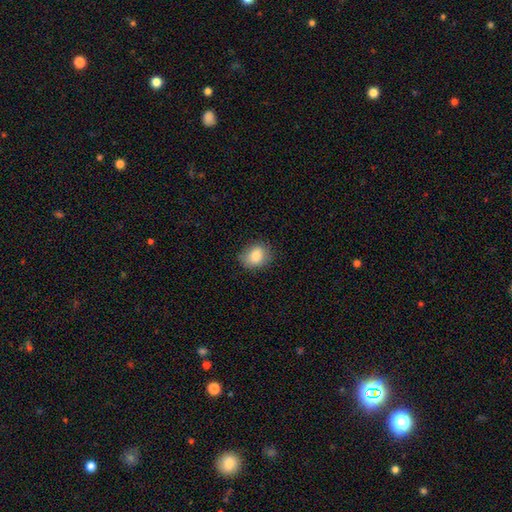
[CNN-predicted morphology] Smooth or featured? smooth (84%)
How rounded? in between (50%)
Merging? none (79%)